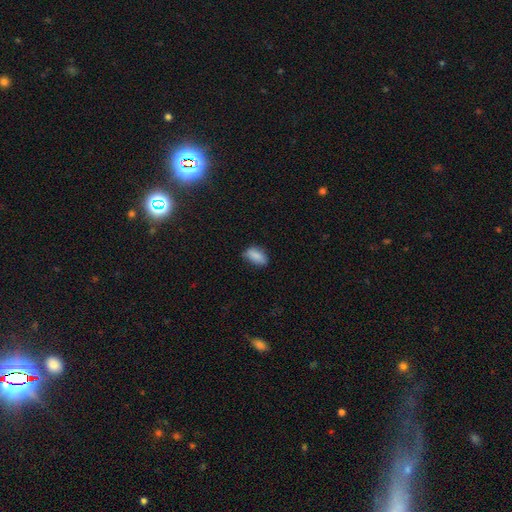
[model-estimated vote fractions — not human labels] This is clearly a smooth galaxy (86%). How rounded: clearly in between (89%). Merging: likely none (71%).